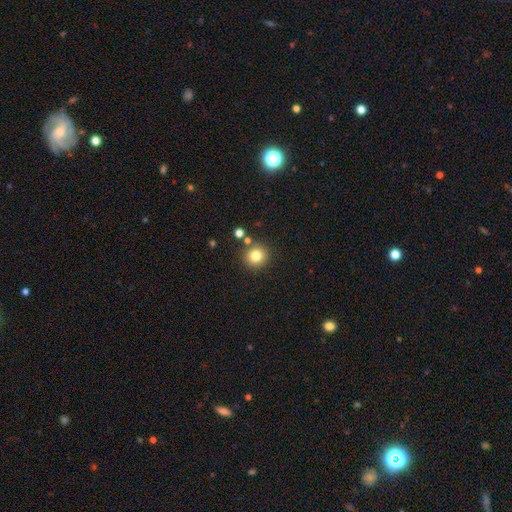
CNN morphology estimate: The model was most divided on "smooth or featured": smooth: 80%, star or artifact: 13%, featured or disk: 8%. More confident: how rounded — round (93%); merging — none (83%).